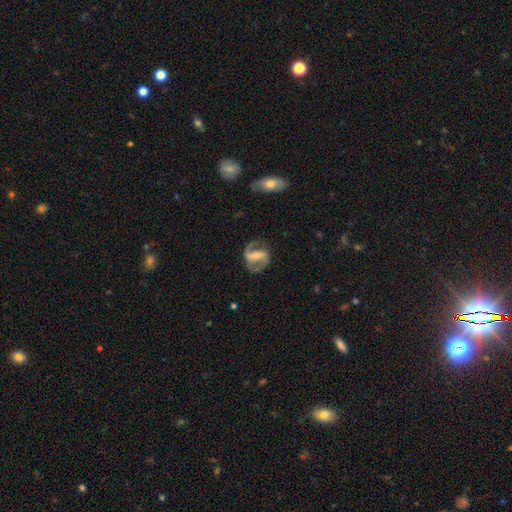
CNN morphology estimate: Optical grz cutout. It shows a featured or disk galaxy (87%) with a strong bar (57%), 2 (91%) medium (52%) spiral arms (94%) and a small central bulge (49%). Merging: none (78%).